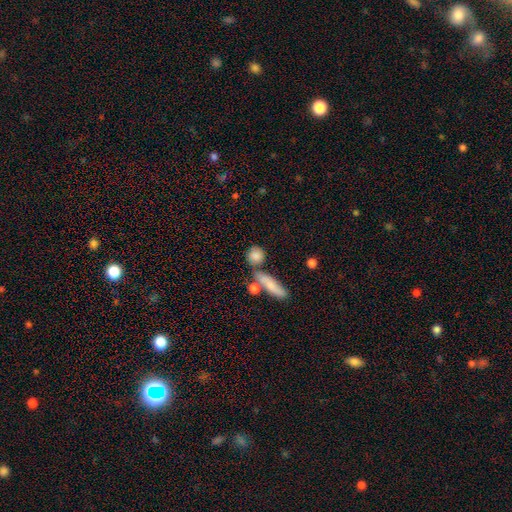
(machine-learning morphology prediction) This is clearly a smooth galaxy (81%). How rounded: likely round (65%). Merging: possibly none (59%).